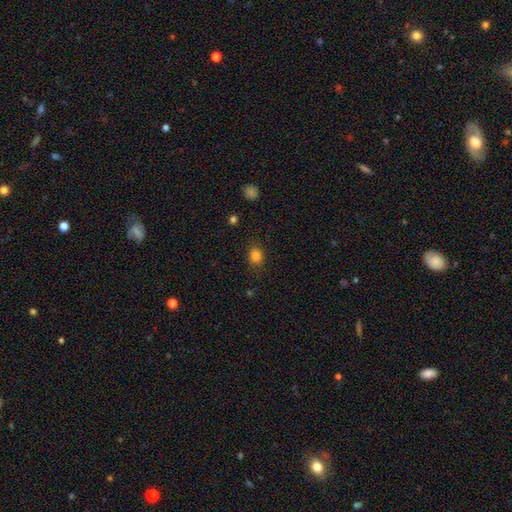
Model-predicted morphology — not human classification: Q: Smooth or featured?
A: smooth (83%); runner-up: star or artifact (12%)
Q: How rounded?
A: round (65%); runner-up: in between (34%)
Q: Merging?
A: none (84%); runner-up: minor disturbance (11%)